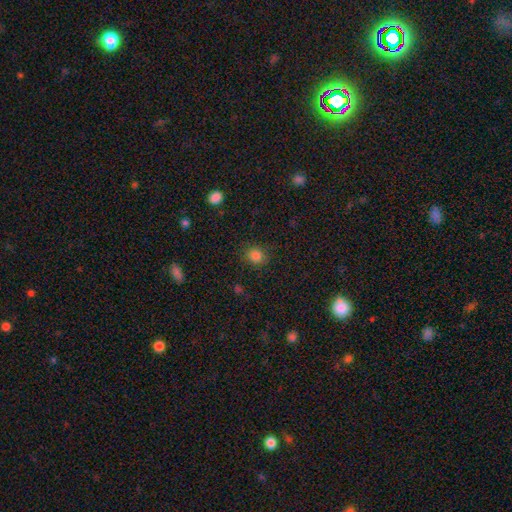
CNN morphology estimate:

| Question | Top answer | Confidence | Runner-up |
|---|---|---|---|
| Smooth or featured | smooth | 83% | star or artifact (13%) |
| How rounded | round | 81% | in between (18%) |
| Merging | none | 86% | minor disturbance (10%) |